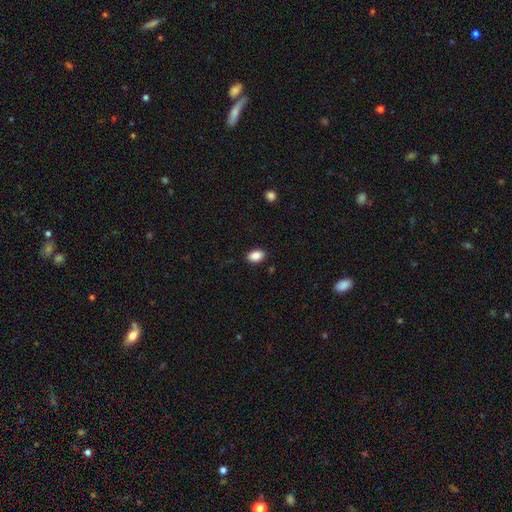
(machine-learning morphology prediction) Overall: smooth (89%). How rounded: in between (86%). Merging: none (88%).